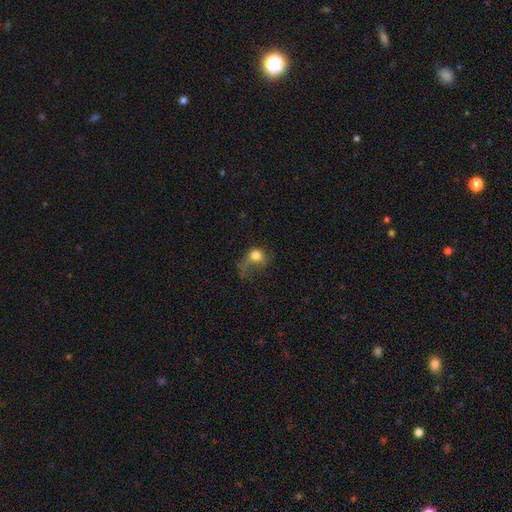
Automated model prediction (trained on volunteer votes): Smooth or featured?
  - smooth: 71% *
  - featured or disk: 18%
  - star or artifact: 11%
How rounded?
  - round: 57% *
  - in between: 41%
  - cigar-shaped: 2%
Merging?
  - major disturbance: 55% *
  - minor disturbance: 21%
  - none: 19%
  - merger: 5%